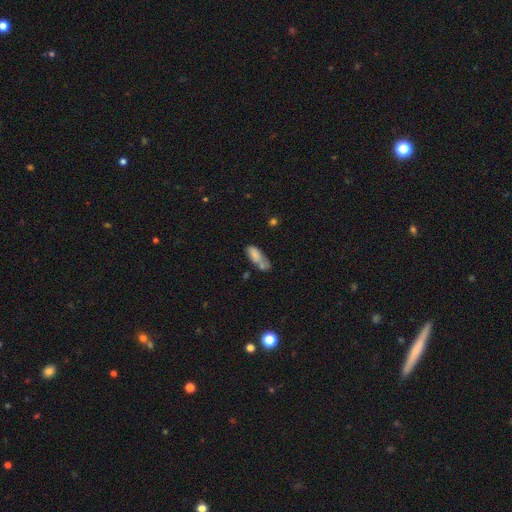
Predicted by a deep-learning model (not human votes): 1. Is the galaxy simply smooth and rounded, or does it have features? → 71% smooth, 20% featured or disk, 9% star or artifact.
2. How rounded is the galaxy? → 74% in between, 23% cigar-shaped, 3% round.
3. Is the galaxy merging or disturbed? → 31% merger (tied), 31% none (tied), 22% minor disturbance, 15% major disturbance.